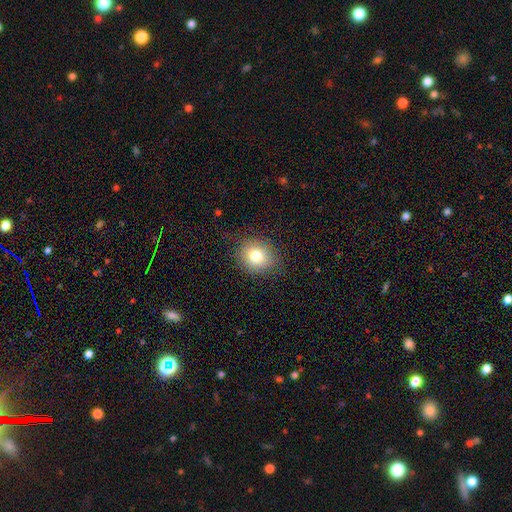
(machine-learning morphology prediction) Smooth or featured: smooth — 77% (star or artifact — 11%)
How rounded: round — 74% (in between — 25%)
Merging: none — 83% (minor disturbance — 12%)